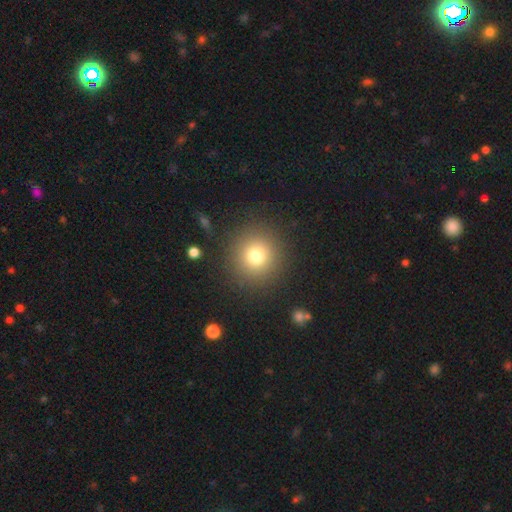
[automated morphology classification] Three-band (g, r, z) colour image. It shows a smooth galaxy with no disk features (75%) that is round (94%). Merging: none (89%).